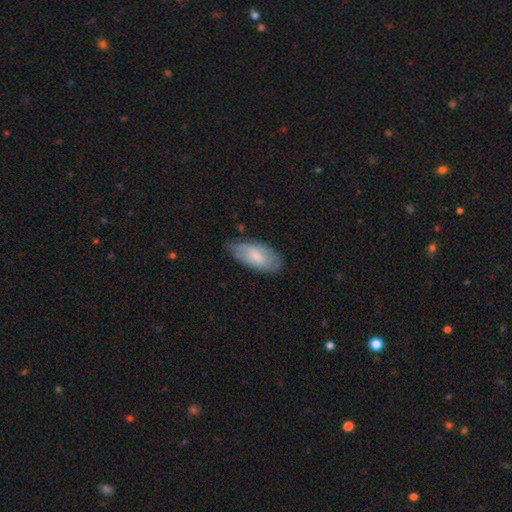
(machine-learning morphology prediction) The model was most divided on "smooth or featured": smooth: 67%, featured or disk: 27%, star or artifact: 6%. More confident: how rounded — in between (90%); merging — none (70%).